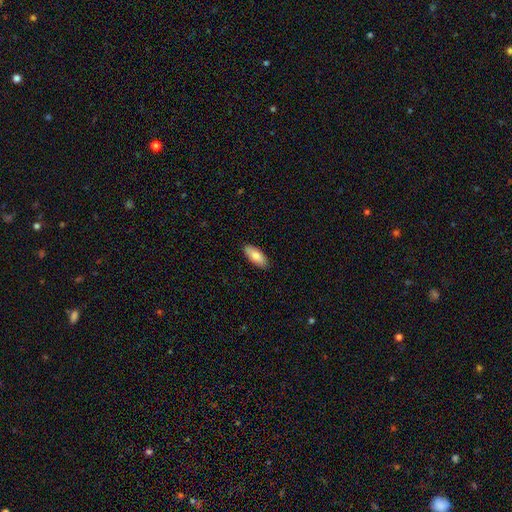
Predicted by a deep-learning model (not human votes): Overall: smooth (83%). How rounded: in between (85%). Merging: none (89%).